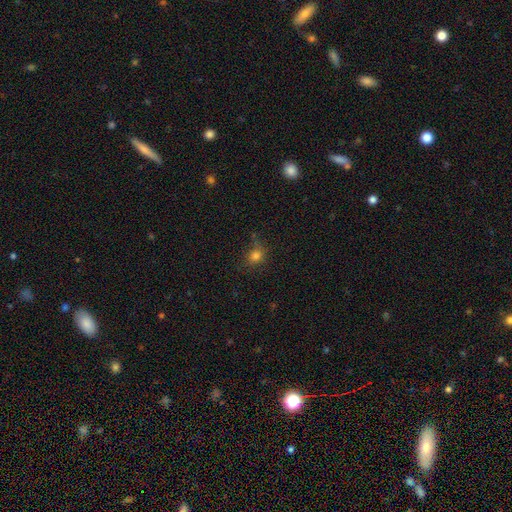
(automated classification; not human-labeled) smooth 79%, star or artifact 15%, featured or disk 6%. Down the decision tree: how rounded — round (79%); merging — none (66%).